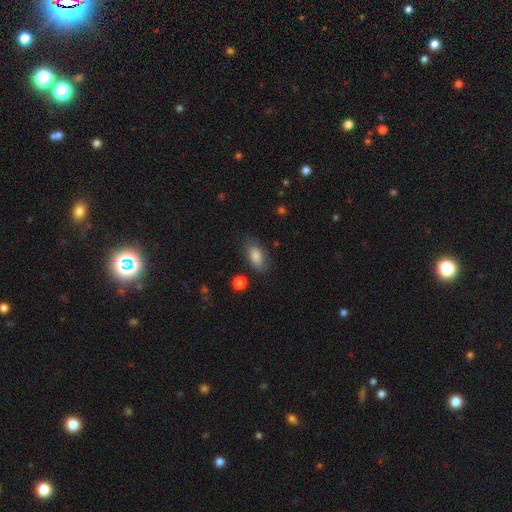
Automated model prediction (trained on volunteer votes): Smooth or featured? Predicted: smooth (p=0.83). How rounded? Predicted: in between (p=0.90). Merging? Predicted: none (p=0.72).